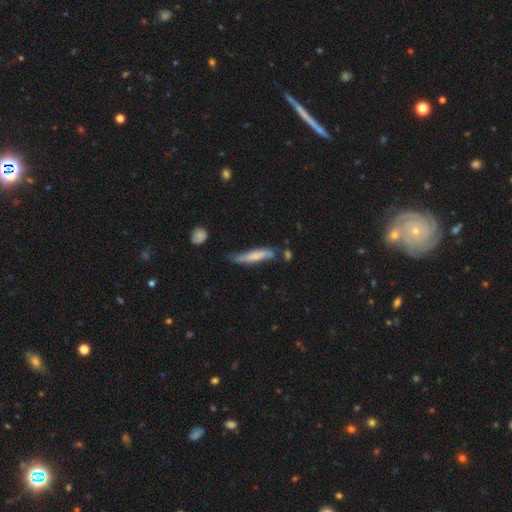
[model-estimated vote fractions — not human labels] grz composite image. It shows a smooth galaxy with no disk features (59%) that is cigar-shaped (83%). Merging: none (47%).